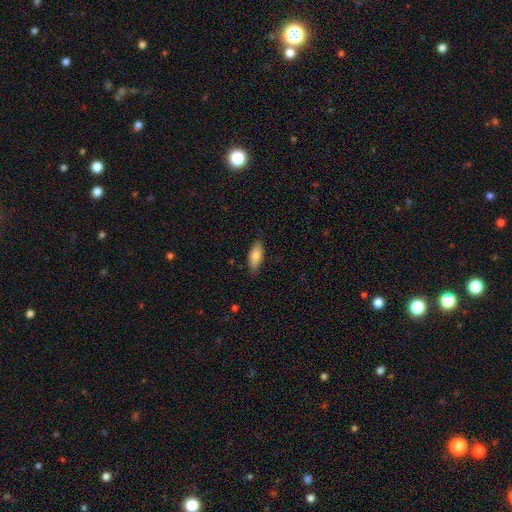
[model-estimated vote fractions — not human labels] Q: Smooth or featured?
A: smooth (82%); runner-up: featured or disk (12%)
Q: How rounded?
A: in between (78%); runner-up: cigar-shaped (20%)
Q: Merging?
A: none (81%); runner-up: minor disturbance (15%)